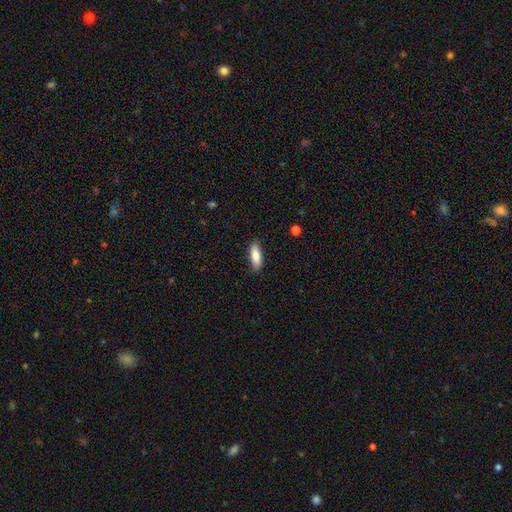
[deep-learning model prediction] smooth 83%, featured or disk 10%, star or artifact 6%. Down the decision tree: how rounded — in between (63%); merging — none (85%).